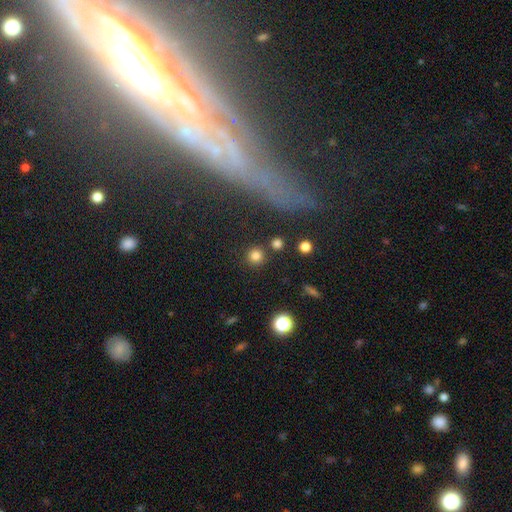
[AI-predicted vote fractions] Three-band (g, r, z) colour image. It shows a smooth galaxy with no disk features (80%) that is round (94%). Merging: none (86%).